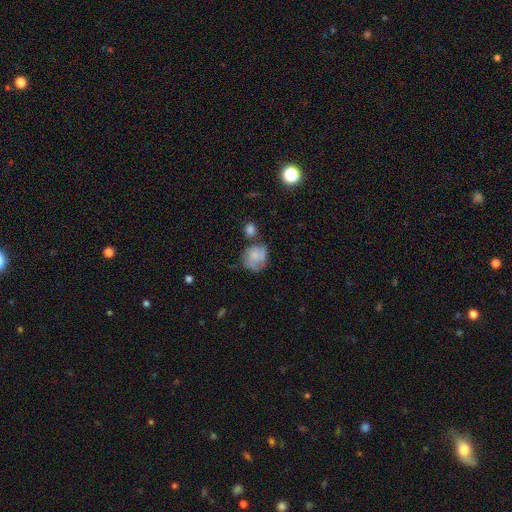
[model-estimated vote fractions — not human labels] A smooth galaxy with no disk features (63%) that is round (71%). Merging: none (46%).